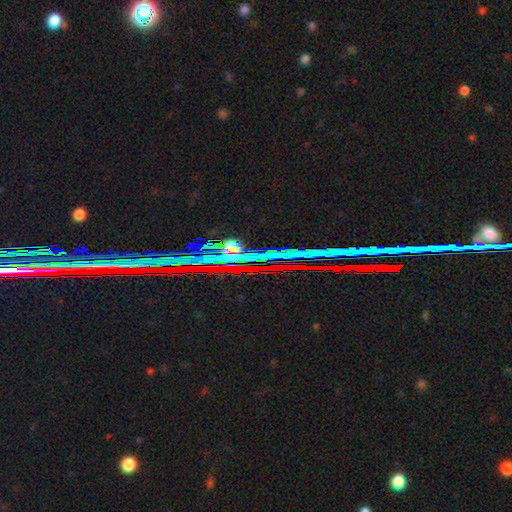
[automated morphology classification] Smooth or featured? star or artifact (83%)